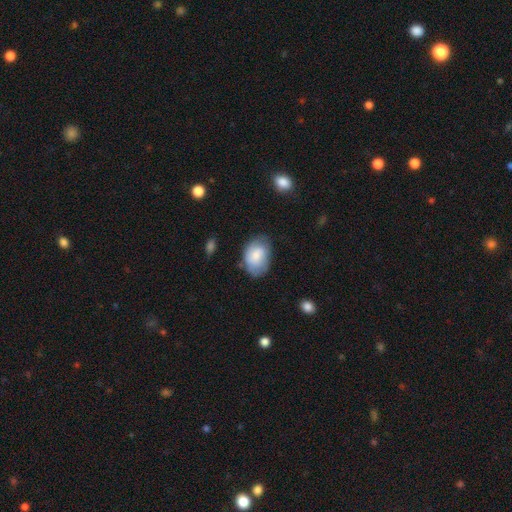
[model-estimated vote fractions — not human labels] Smooth or featured?
  - smooth: 69% *
  - featured or disk: 24%
  - star or artifact: 7%
How rounded?
  - in between: 82% *
  - round: 17%
  - cigar-shaped: 1%
Merging?
  - none: 64% *
  - minor disturbance: 26%
  - major disturbance: 7%
  - merger: 3%